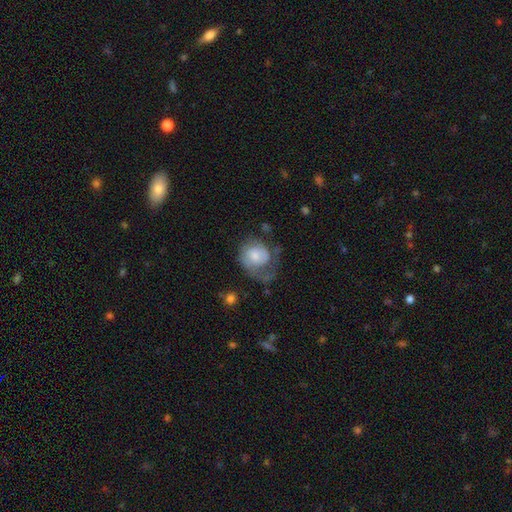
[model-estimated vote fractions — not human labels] Q: Smooth or featured?
A: smooth (52%); runner-up: featured or disk (41%)
Q: How rounded?
A: round (65%); runner-up: in between (34%)
Q: Merging?
A: major disturbance (43%); runner-up: none (31%)